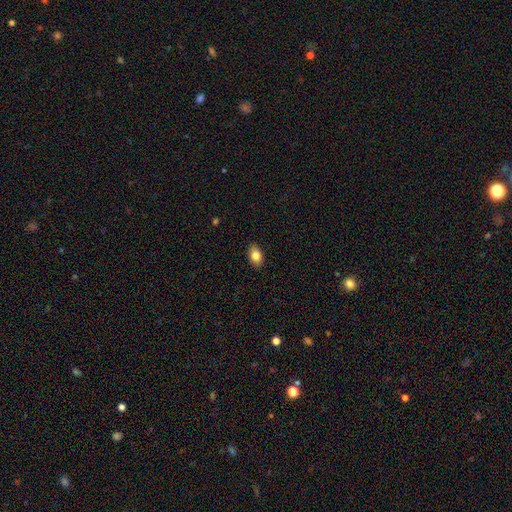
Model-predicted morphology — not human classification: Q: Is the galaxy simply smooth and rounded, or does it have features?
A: smooth — 84%.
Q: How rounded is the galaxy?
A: in between — 87%.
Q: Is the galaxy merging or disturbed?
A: none — 88%.